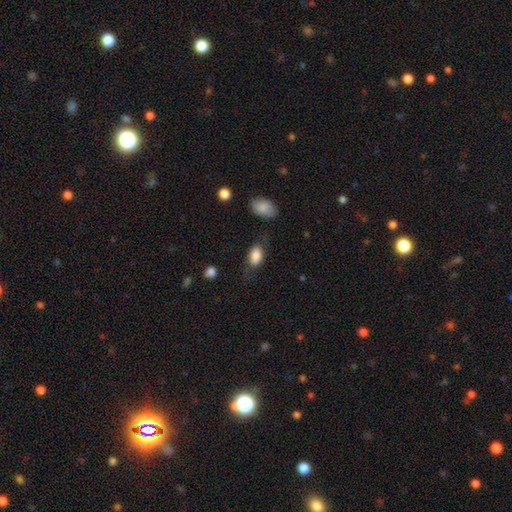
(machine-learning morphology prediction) A smooth galaxy with no disk features (84%) that is in between round and cigar-shaped (91%). Merging: none (63%).